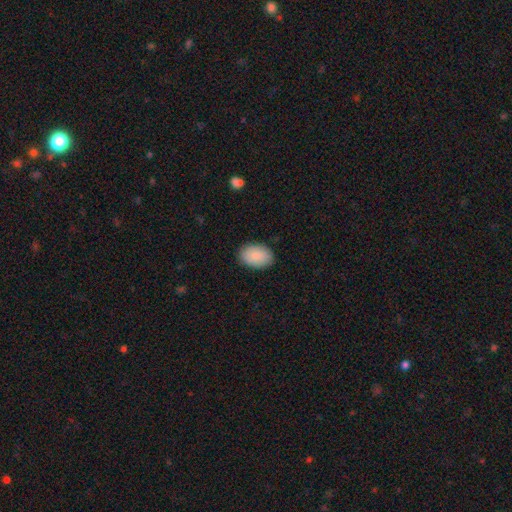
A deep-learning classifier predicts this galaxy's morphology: This is clearly a smooth galaxy (90%). How rounded: clearly in between (89%). Merging: clearly none (88%).